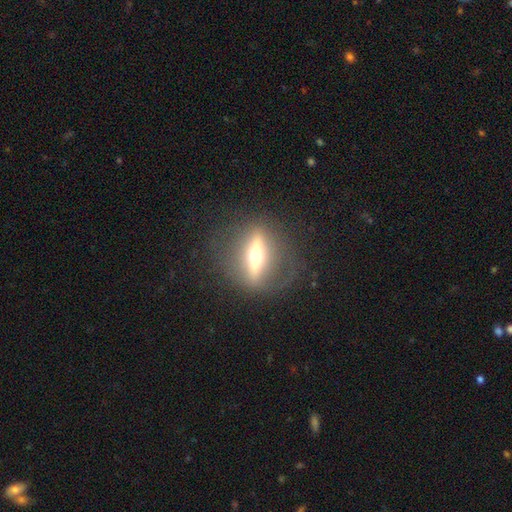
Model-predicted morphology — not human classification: Smooth or featured? Predicted: featured or disk (p=0.73). Edge-on disk? Predicted: yes (p=0.75). Edge-on bulge? Predicted: rounded (p=0.95). Merging? Predicted: none (p=0.79).